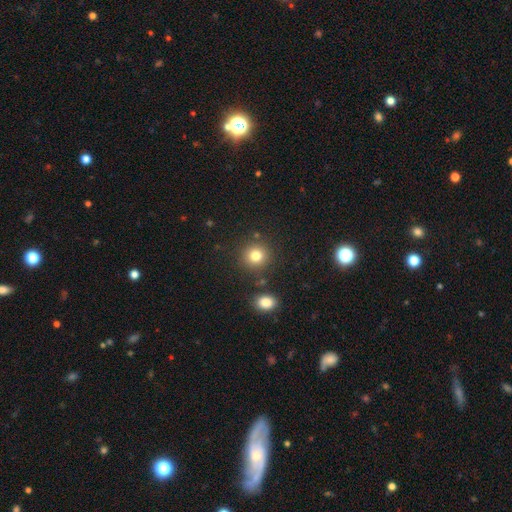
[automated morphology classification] A smooth galaxy with no disk features (81%) that is round (90%).

Vote fractions:
- Smooth or featured? smooth: 81% / star or artifact: 12% / featured or disk: 7%
- How rounded? round: 90% / in between: 9% / cigar-shaped: 1%
- Merging? none: 85% / minor disturbance: 7% / merger: 5% / major disturbance: 3%